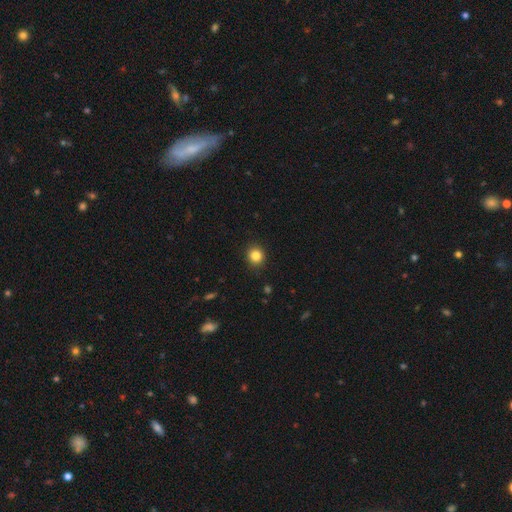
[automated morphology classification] Overall: smooth (83%). How rounded: round (86%). Merging: none (91%).